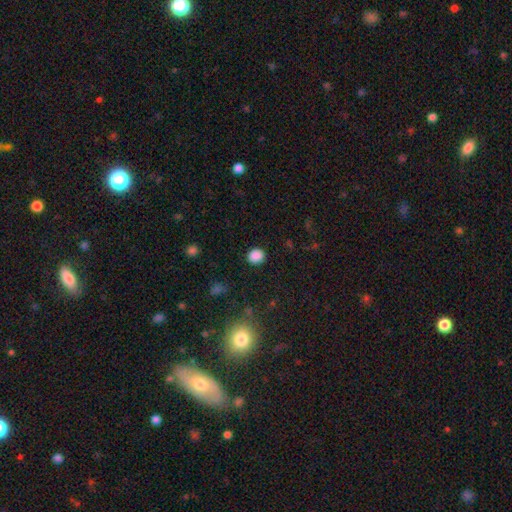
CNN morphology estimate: type=smooth (87%); roundness=round (75%); merging=none (90%).